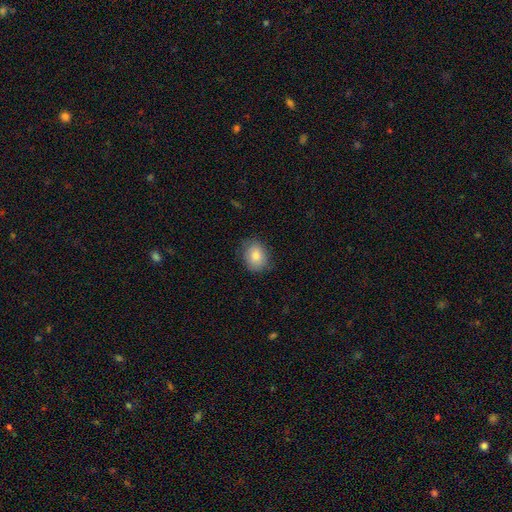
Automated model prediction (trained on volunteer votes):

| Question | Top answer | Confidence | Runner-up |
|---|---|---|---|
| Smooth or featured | smooth | 82% | featured or disk (10%) |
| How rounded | in between | 54% | round (45%) |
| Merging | none | 79% | minor disturbance (17%) |